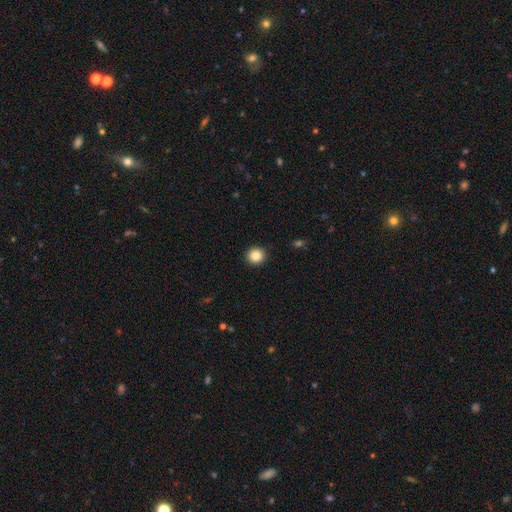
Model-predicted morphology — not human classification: Q: Smooth or featured?
A: smooth (87%); runner-up: star or artifact (10%)
Q: How rounded?
A: round (93%); runner-up: in between (6%)
Q: Merging?
A: none (92%); runner-up: minor disturbance (5%)